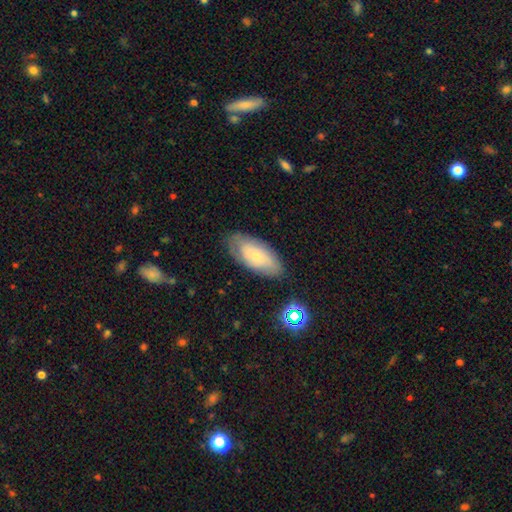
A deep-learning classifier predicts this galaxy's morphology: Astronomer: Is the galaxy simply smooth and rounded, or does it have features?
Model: smooth — 52% (runner-up: featured or disk, 40%).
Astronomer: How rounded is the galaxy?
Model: in between — 89%.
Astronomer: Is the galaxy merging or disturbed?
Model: none — 74%.